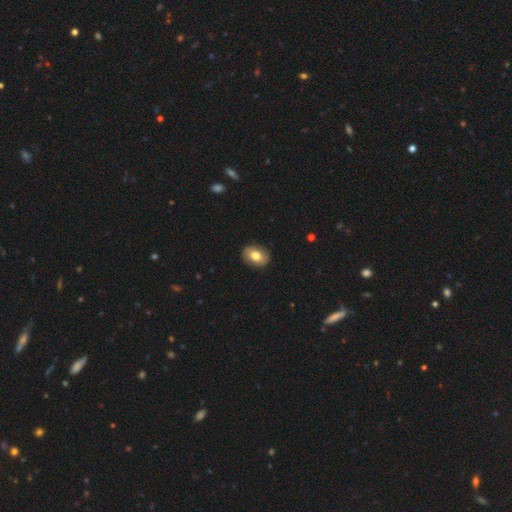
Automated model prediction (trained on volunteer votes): Overall: smooth (77%). How rounded: in between (74%). Merging: none (89%).